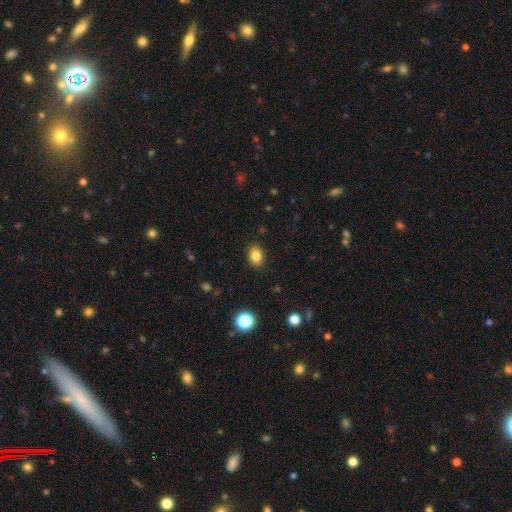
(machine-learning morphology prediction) Smooth or featured? Predicted: smooth (p=0.84). How rounded? Predicted: in between (p=0.75). Merging? Predicted: none (p=0.88).